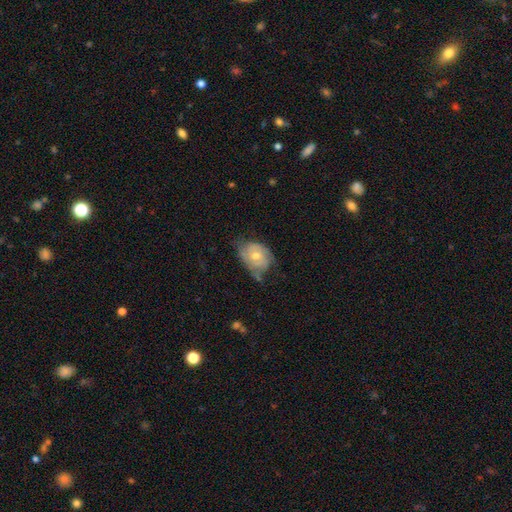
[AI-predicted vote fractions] Q: Smooth or featured?
A: featured or disk (56%); runner-up: smooth (35%)
Q: Edge-on disk?
A: no (96%); runner-up: yes (4%)
Q: Bar?
A: no (76%); runner-up: weak (20%)
Q: Spiral arms?
A: yes (67%); runner-up: no (33%)
Q: Bulge size?
A: moderate (62%); runner-up: small (33%)
Q: Merging?
A: none (45%); runner-up: minor disturbance (36%)